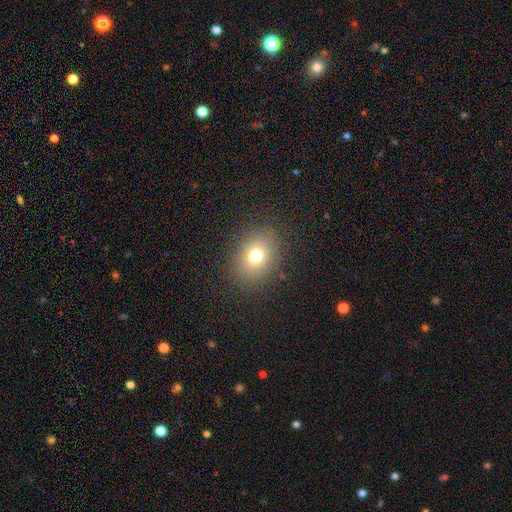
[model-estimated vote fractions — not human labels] A smooth galaxy with no disk features (73%) that is in between round and cigar-shaped (52%).

Vote fractions:
- Smooth or featured? smooth: 73% / star or artifact: 15% / featured or disk: 11%
- How rounded? in between: 52% / round: 47% / cigar-shaped: 1%
- Merging? none: 86% / minor disturbance: 9% / major disturbance: 4% / merger: 1%